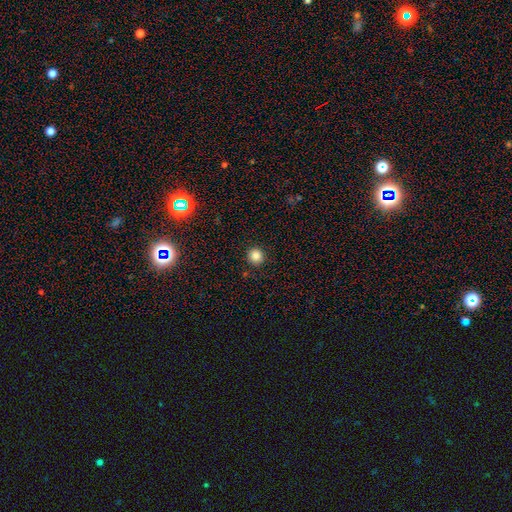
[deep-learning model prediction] Smooth or featured? smooth (84%)
How rounded? round (93%)
Merging? none (91%)